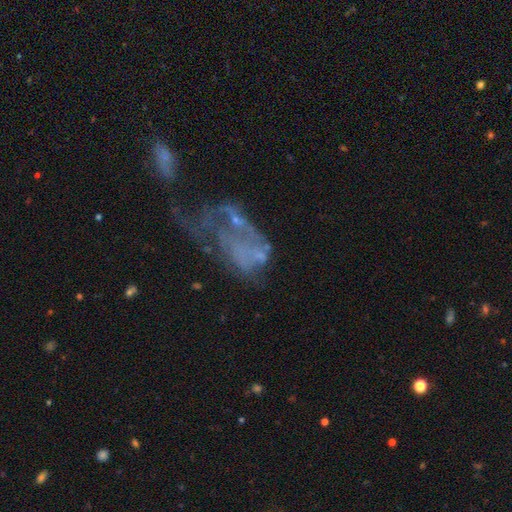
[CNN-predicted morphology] Smooth or featured? Predicted: featured or disk (p=0.61). Edge-on disk? Predicted: no (p=0.97). Bar? Predicted: no (p=0.89). Spiral arms? Predicted: no (p=0.82). Bulge size? Predicted: none (p=0.77). Merging? Predicted: major disturbance (p=0.49).